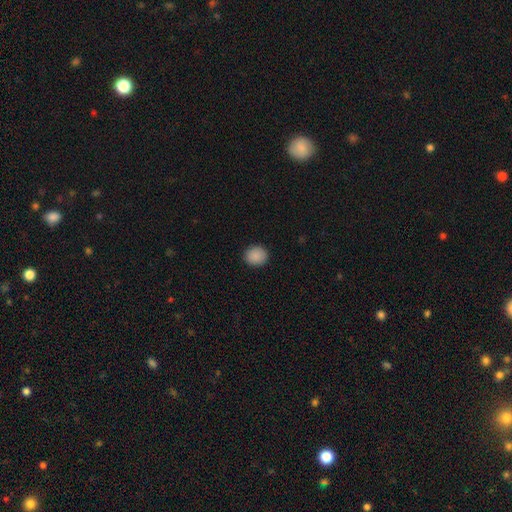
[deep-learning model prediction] This appears to be a smooth galaxy with no disk features (89%) that is round (80%). Merging: none (91%).